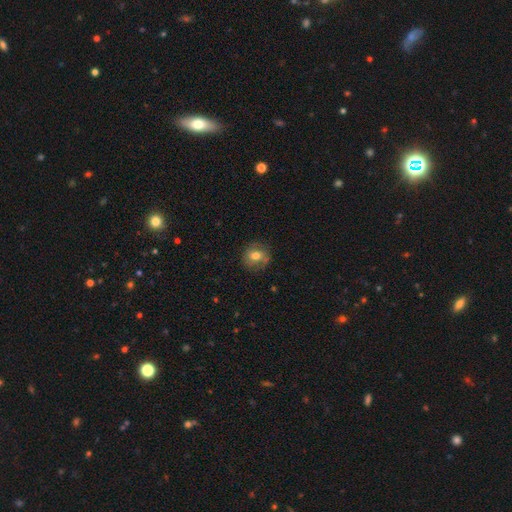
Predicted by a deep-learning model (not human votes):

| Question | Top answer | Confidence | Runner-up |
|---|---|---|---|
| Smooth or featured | smooth | 60% | featured or disk (31%) |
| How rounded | round | 79% | in between (20%) |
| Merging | none | 75% | minor disturbance (18%) |